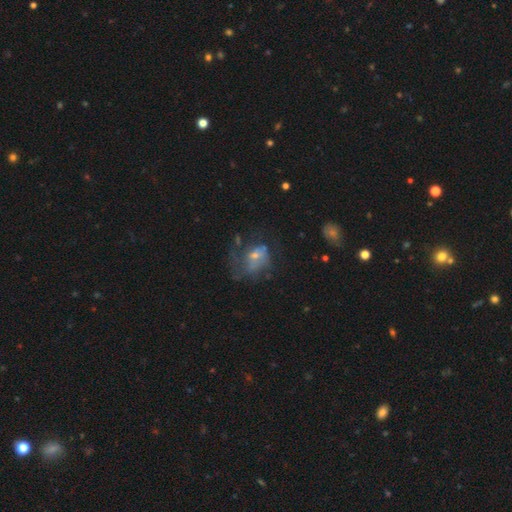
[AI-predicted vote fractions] A featured or disk galaxy (50%).

Vote fractions:
- Smooth or featured? featured or disk: 50% / smooth: 34% / star or artifact: 16%
- Merging? none: 39% / major disturbance: 37% / minor disturbance: 21% / merger: 3%